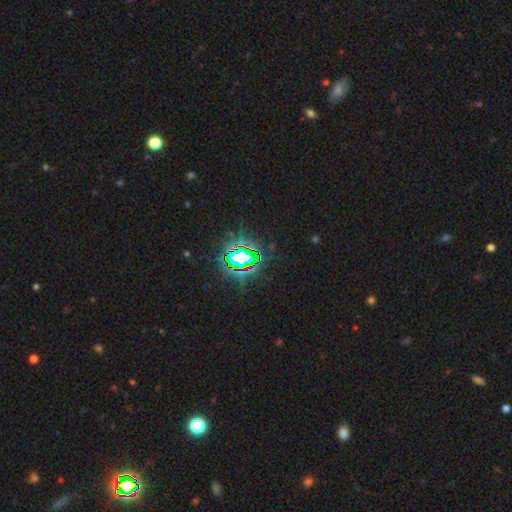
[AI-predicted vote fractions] This is clearly a star or artifact rather than a galaxy (81%).